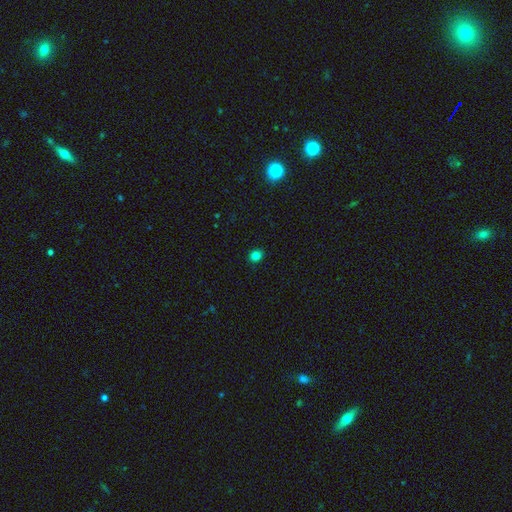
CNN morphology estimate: The model was most divided on "how rounded": round: 68%, in between: 31%, cigar-shaped: 1%. More confident: merging — none (90%); smooth or featured — smooth (82%).